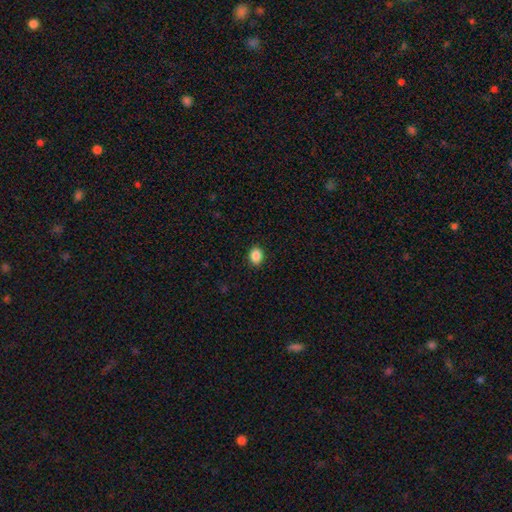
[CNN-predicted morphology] smooth_or_featured: smooth (p=0.88) [alt: star or artifact p=0.09]
how_rounded: in between (p=0.53) [alt: round p=0.47]
merging: none (p=0.91) [alt: minor disturbance p=0.06]